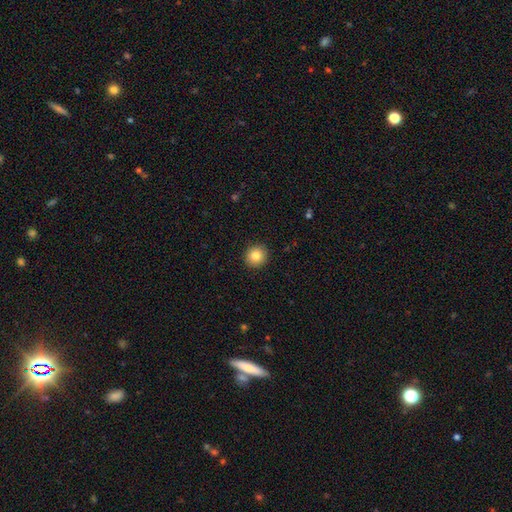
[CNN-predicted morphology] A smooth galaxy with no disk features (83%) that is round (90%). Merging: none (92%).